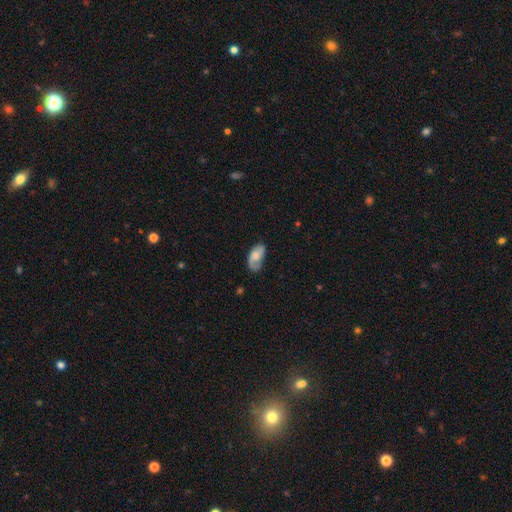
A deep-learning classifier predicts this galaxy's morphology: smooth-or-featured: smooth: 55% | featured or disk: 38% | star or artifact: 7%
  how-rounded: in between: 92% | round: 4% | cigar-shaped: 4%
  merging: none: 48% | minor disturbance: 32% | major disturbance: 17% | merger: 3%